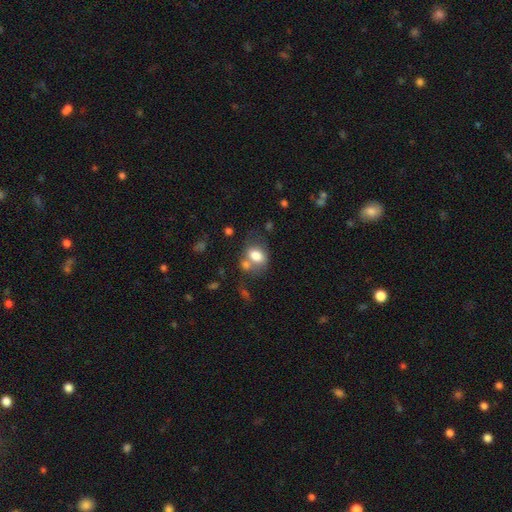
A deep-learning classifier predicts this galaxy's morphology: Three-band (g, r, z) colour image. It shows a smooth galaxy with no disk features (75%) that is in between round and cigar-shaped (70%). Merging: none (41%).